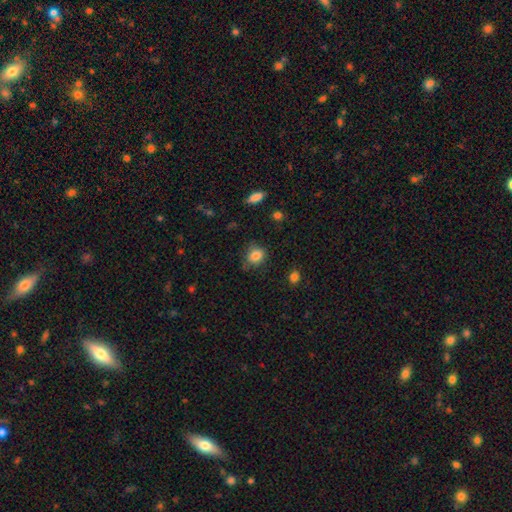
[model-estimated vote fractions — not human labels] The model was most divided on "how rounded": round: 61%, in between: 38%, cigar-shaped: 1%. More confident: smooth or featured — smooth (84%); merging — none (72%).